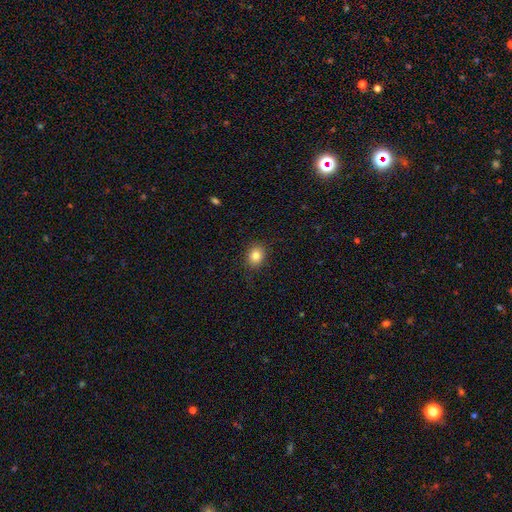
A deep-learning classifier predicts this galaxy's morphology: Smooth or featured? smooth (83%)
How rounded? round (60%)
Merging? none (87%)